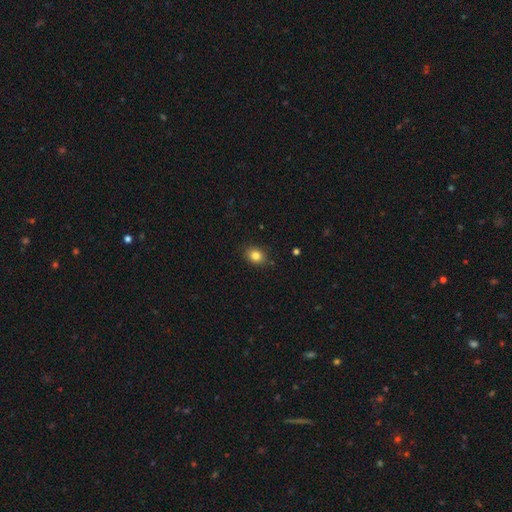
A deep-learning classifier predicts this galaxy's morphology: Smooth or featured: smooth — 83% (star or artifact — 11%)
How rounded: in between — 52% (round — 47%)
Merging: none — 87% (minor disturbance — 10%)